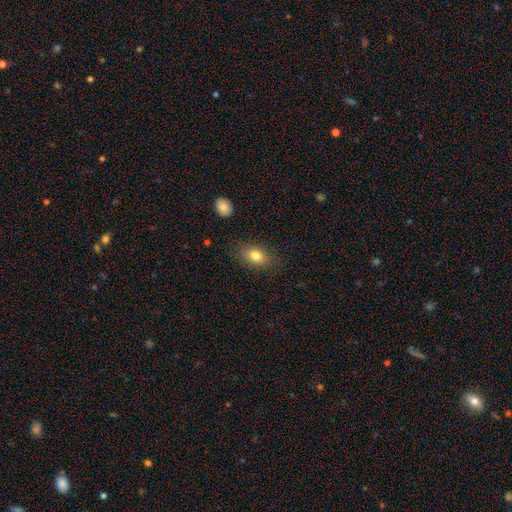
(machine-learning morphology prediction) This appears to be a smooth galaxy with no disk features (80%) that is in between round and cigar-shaped (81%). Merging: none (81%).